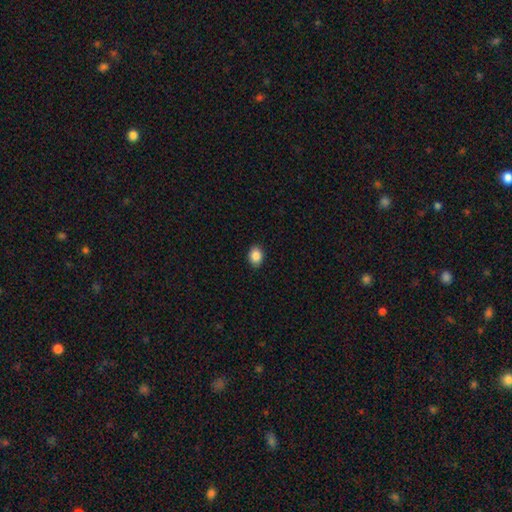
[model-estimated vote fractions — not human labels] smooth-or-featured: smooth: 88% | star or artifact: 8% | featured or disk: 4%
  how-rounded: in between: 65% | round: 34% | cigar-shaped: 1%
  merging: none: 89% | minor disturbance: 8% | major disturbance: 2% | merger: 1%